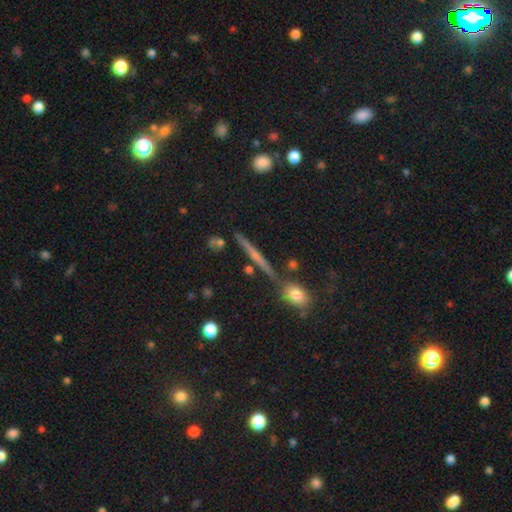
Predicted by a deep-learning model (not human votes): featured or disk 59%, smooth 31%, star or artifact 10%. Down the decision tree: edge-on disk — yes (95%); edge-on bulge — none (58%); merging — none (82%).